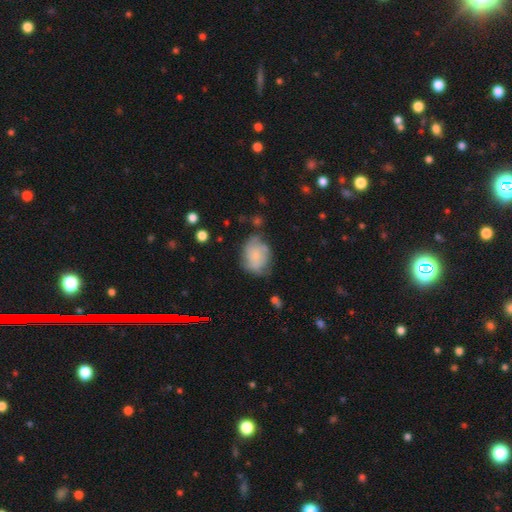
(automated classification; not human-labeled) Smooth or featured?
  - smooth: 60% *
  - featured or disk: 31%
  - star or artifact: 8%
How rounded?
  - in between: 57% *
  - round: 42%
  - cigar-shaped: 1%
Merging?
  - none: 53% *
  - minor disturbance: 31%
  - major disturbance: 12%
  - merger: 3%